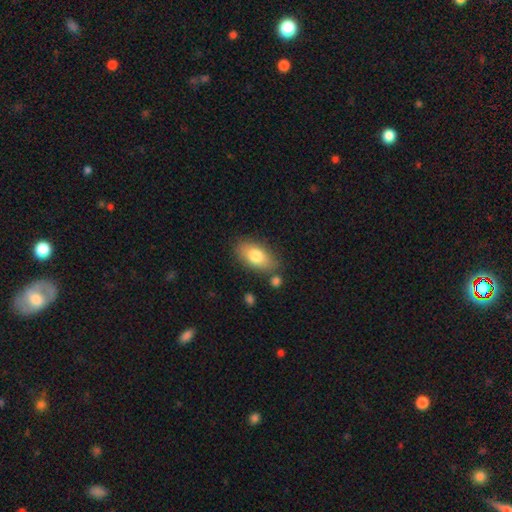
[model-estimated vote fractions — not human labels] Smooth or featured? smooth (78%)
How rounded? in between (90%)
Merging? none (76%)